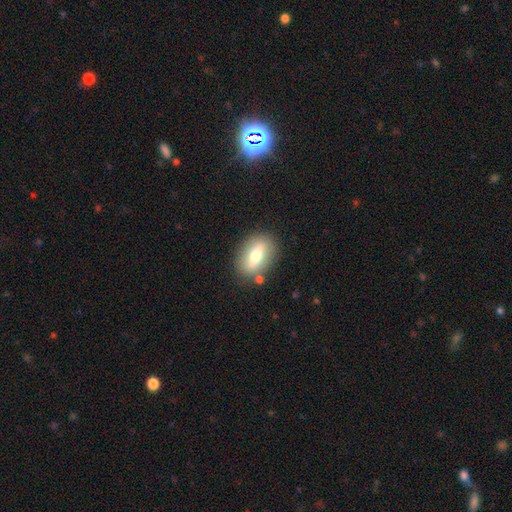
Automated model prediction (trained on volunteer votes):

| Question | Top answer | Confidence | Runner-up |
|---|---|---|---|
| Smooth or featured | smooth | 57% | featured or disk (35%) |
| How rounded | in between | 77% | round (17%) |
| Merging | none | 82% | minor disturbance (11%) |